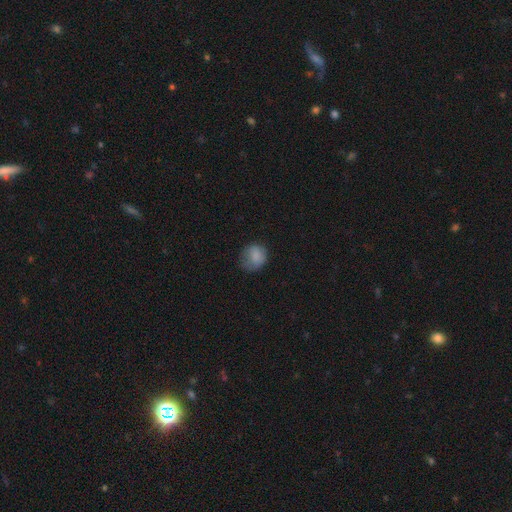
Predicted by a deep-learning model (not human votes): Q: Smooth or featured?
A: smooth (83%); runner-up: star or artifact (9%)
Q: How rounded?
A: round (70%); runner-up: in between (29%)
Q: Merging?
A: none (55%); runner-up: minor disturbance (29%)